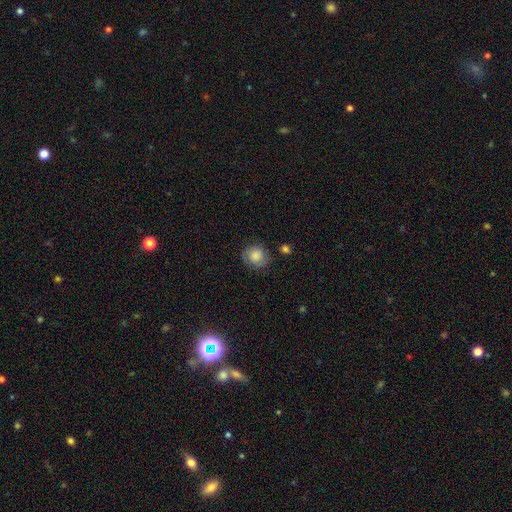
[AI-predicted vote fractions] Overall: smooth (79%). How rounded: round (81%). Merging: none (73%).